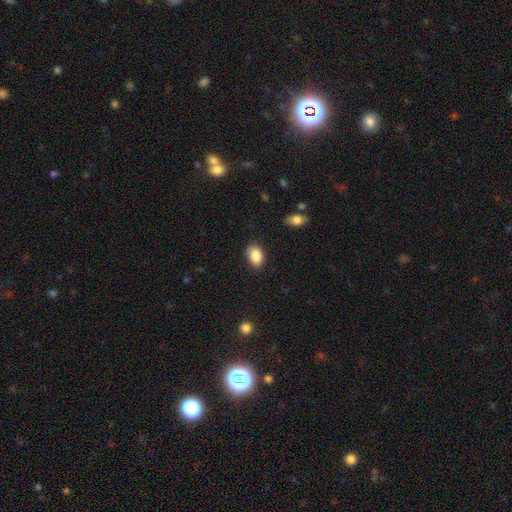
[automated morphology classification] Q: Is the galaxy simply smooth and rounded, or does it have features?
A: smooth — 88%.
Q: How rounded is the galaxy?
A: in between — 86%.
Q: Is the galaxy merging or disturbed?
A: none — 83%.